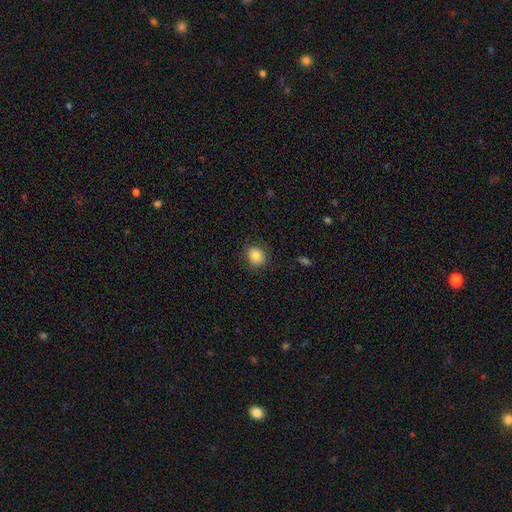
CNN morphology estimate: Smooth or featured? Predicted: smooth (p=0.83). How rounded? Predicted: round (p=0.70). Merging? Predicted: none (p=0.87).